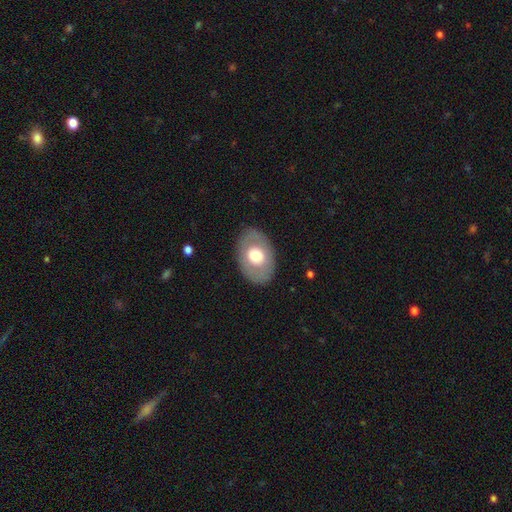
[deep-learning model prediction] Overall: smooth (58%; featured or disk 36%). How rounded: in between (79%). Merging: none (85%).